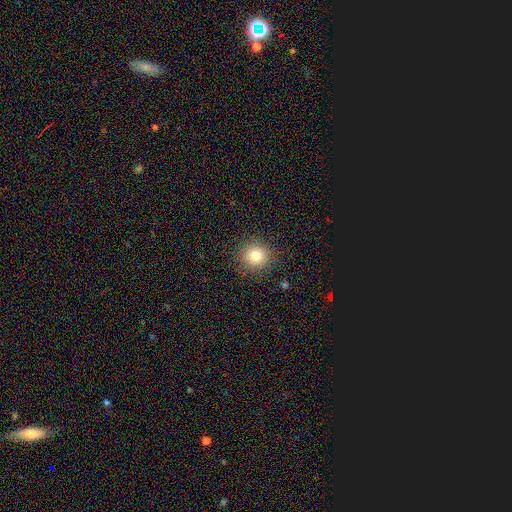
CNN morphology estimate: smooth-or-featured: smooth: 80% | star or artifact: 12% | featured or disk: 7%
  how-rounded: round: 92% | in between: 7% | cigar-shaped: 1%
  merging: none: 90% | minor disturbance: 7% | major disturbance: 3% | merger: 1%